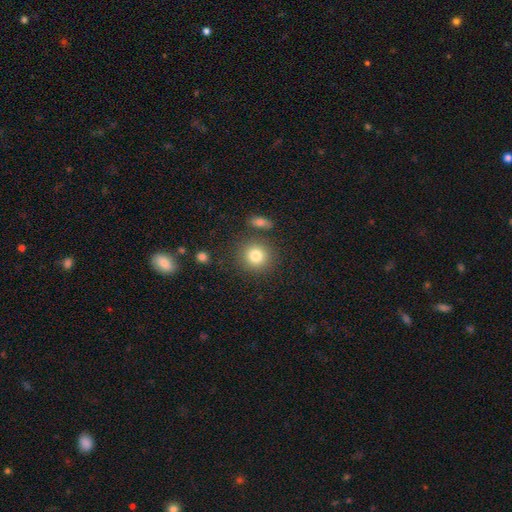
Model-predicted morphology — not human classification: A smooth galaxy with no disk features (82%) that is round (88%).

Vote fractions:
- Smooth or featured? smooth: 82% / star or artifact: 10% / featured or disk: 8%
- How rounded? round: 88% / in between: 11% / cigar-shaped: 1%
- Merging? none: 82% / minor disturbance: 8% / merger: 6% / major disturbance: 3%